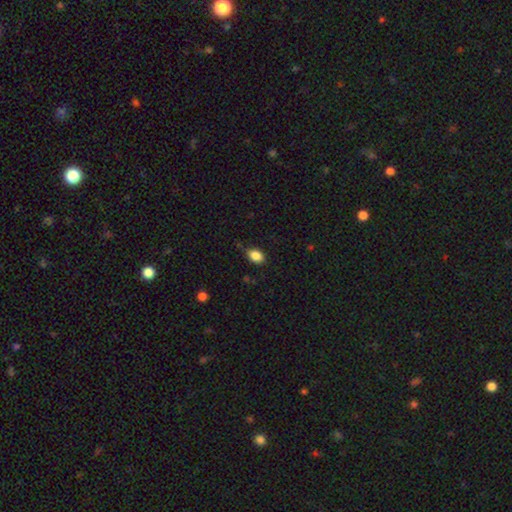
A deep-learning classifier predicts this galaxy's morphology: Smooth or featured: smooth — 87% (star or artifact — 9%)
How rounded: in between — 82% (round — 16%)
Merging: none — 73% (minor disturbance — 22%)